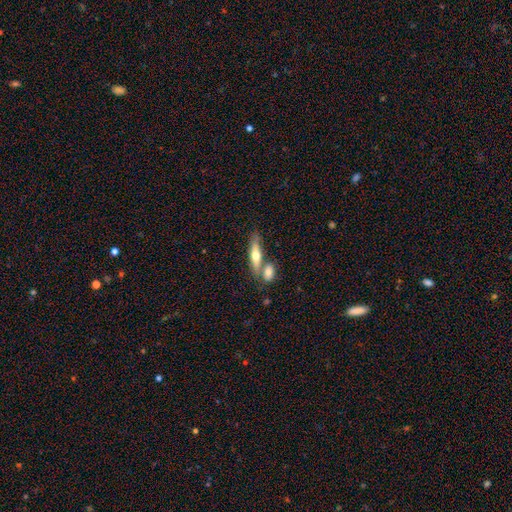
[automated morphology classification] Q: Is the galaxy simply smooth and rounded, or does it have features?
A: smooth — 52%.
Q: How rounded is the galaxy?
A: cigar-shaped — 69%.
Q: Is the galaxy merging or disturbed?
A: none — 55%.